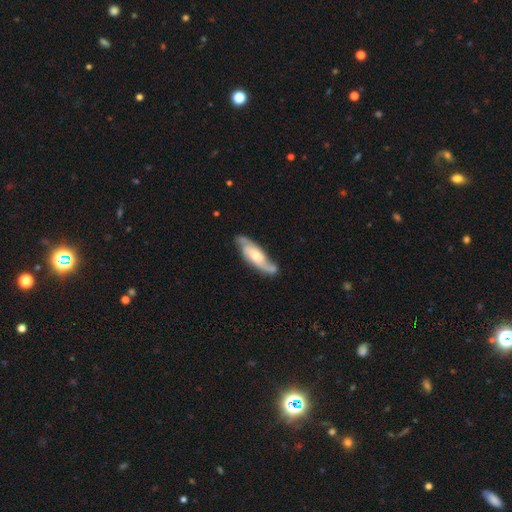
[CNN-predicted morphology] Smooth or featured?
  - featured or disk: 74% *
  - smooth: 21%
  - star or artifact: 5%
Edge-on disk?
  - no: 83% *
  - yes: 17%
Bar?
  - no: 62% *
  - weak: 30%
  - strong: 8%
Spiral arms?
  - yes: 93% *
  - no: 7%
Spiral winding?
  - medium: 45% *
  - loose: 28%
  - tight: 27%
Spiral arm count?
  - 2: 81% *
  - can't tell: 9%
  - 3: 5%
  - 1: 3%
  - 4: 1%
  - more than 4: 1%
Bulge size?
  - moderate: 52% *
  - small: 38%
  - large: 6%
  - none: 3%
  - dominant: 1%
Merging?
  - none: 72% *
  - minor disturbance: 19%
  - major disturbance: 5%
  - merger: 4%